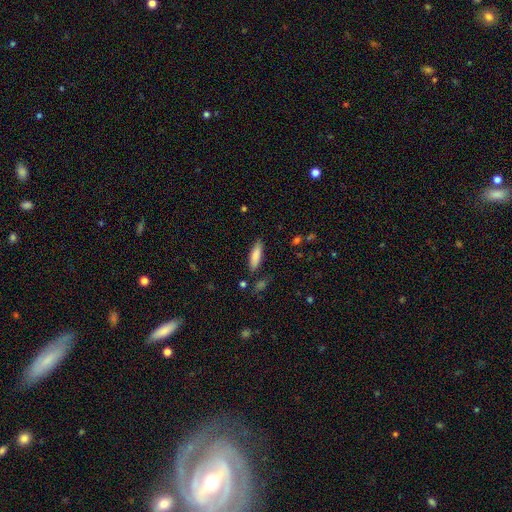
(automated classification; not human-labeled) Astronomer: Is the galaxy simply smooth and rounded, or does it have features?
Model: smooth — 84%.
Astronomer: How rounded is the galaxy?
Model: cigar-shaped — 52% (runner-up: in between, 47%).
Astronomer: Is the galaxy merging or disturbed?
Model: none — 81%.